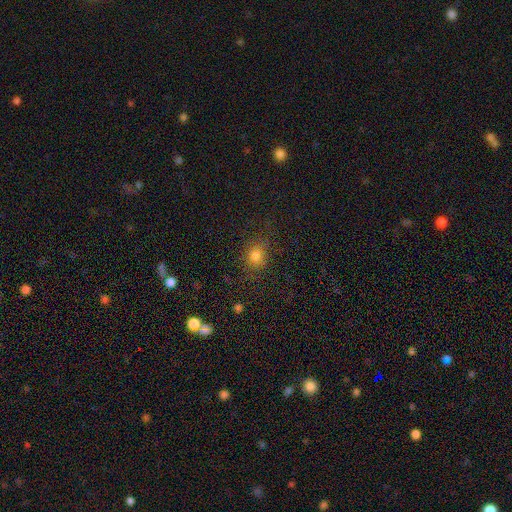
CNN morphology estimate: A smooth galaxy with no disk features (76%) that is round (66%).

Vote fractions:
- Smooth or featured? smooth: 76% / star or artifact: 17% / featured or disk: 7%
- How rounded? round: 66% / in between: 32% / cigar-shaped: 2%
- Merging? none: 74% / minor disturbance: 16% / major disturbance: 8% / merger: 2%